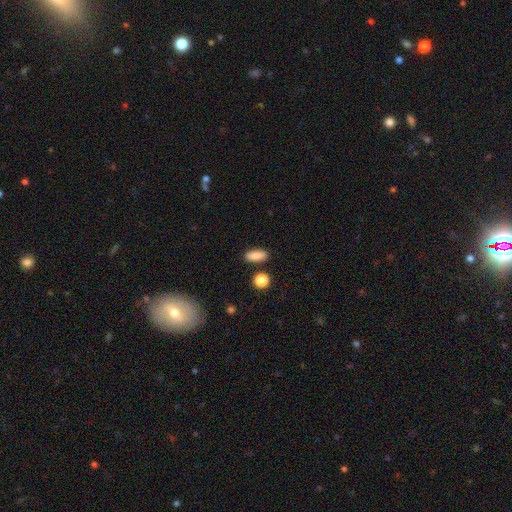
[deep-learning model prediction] Q: Smooth or featured?
A: smooth (87%); runner-up: star or artifact (8%)
Q: How rounded?
A: in between (78%); runner-up: cigar-shaped (17%)
Q: Merging?
A: none (85%); runner-up: minor disturbance (9%)